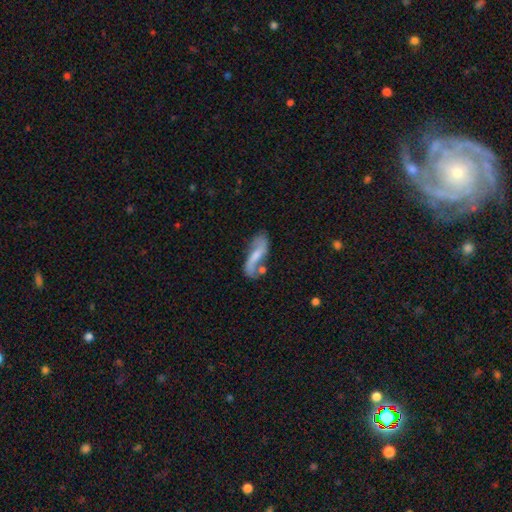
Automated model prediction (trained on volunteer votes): A featured or disk galaxy (63%) with a weak bar (38%), spiral arms (85%) and a small central bulge (39%).

Vote fractions:
- Smooth or featured? featured or disk: 63% / smooth: 30% / star or artifact: 7%
- Edge-on disk? no: 86% / yes: 14%
- Bar? weak: 38% / no: 34% / strong: 29%
- Spiral arms? yes: 85% / no: 15%
- Bulge size? small: 39% / moderate: 34% / none: 20% / large: 5% / dominant: 2%
- Merging? none: 50% / minor disturbance: 23% / merger: 13% / major disturbance: 13%